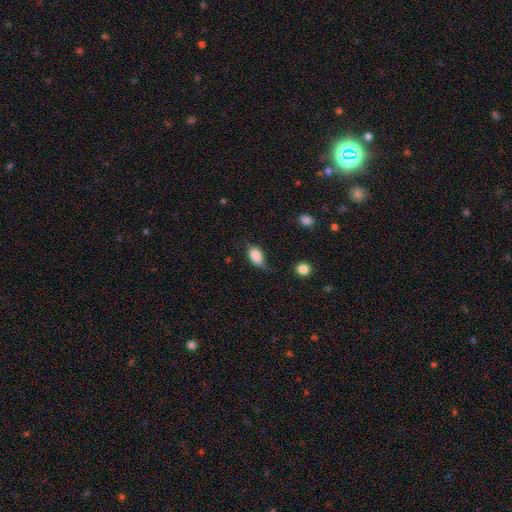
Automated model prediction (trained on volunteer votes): This is clearly a smooth galaxy (86%). How rounded: clearly in between (88%). Merging: marginally none (43%).